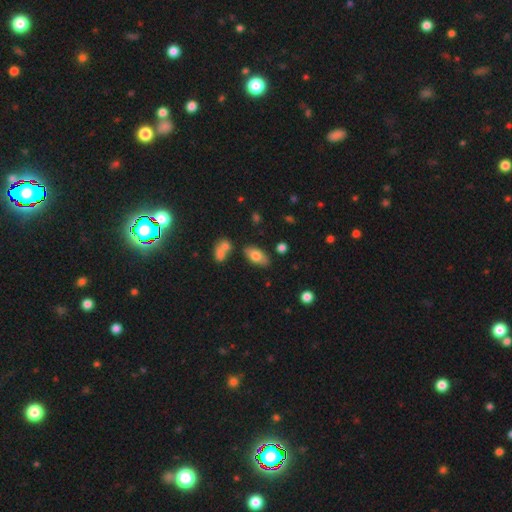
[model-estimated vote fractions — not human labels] Smooth or featured?
  - smooth: 76% *
  - featured or disk: 17%
  - star or artifact: 7%
How rounded?
  - in between: 90% *
  - cigar-shaped: 6%
  - round: 4%
Merging?
  - none: 75% *
  - minor disturbance: 13%
  - merger: 8%
  - major disturbance: 3%